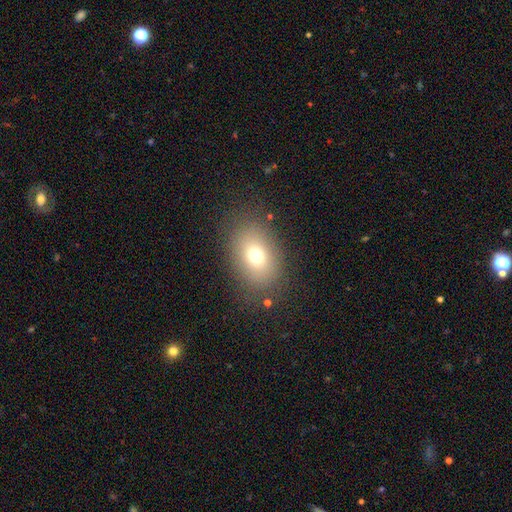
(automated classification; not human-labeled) Smooth or featured? smooth (71%)
How rounded? in between (68%)
Merging? none (82%)